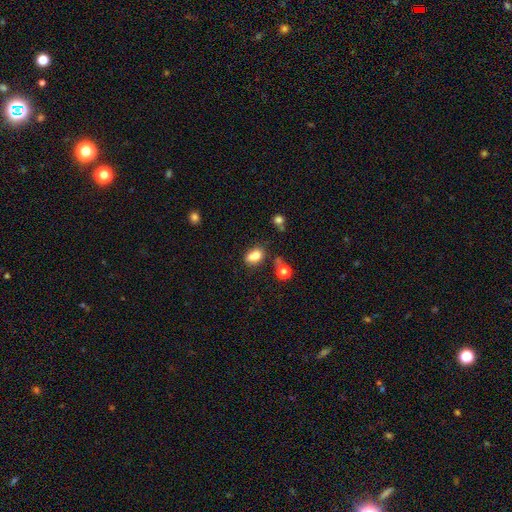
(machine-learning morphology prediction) smooth_or_featured: smooth (p=0.80) [alt: star or artifact p=0.11]
how_rounded: in between (p=0.78) [alt: round p=0.20]
merging: none (p=0.59) [alt: minor disturbance p=0.23]